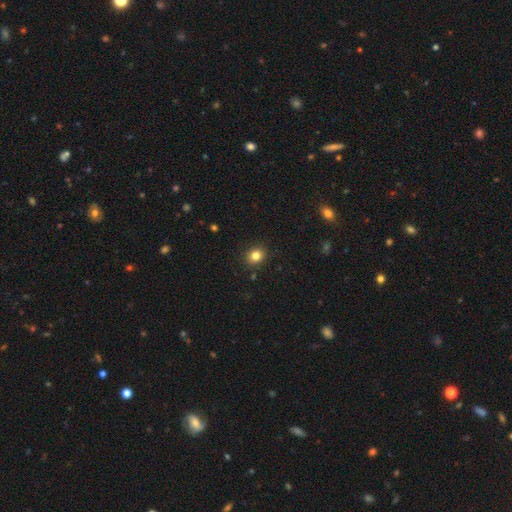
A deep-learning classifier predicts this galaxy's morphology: Overall: smooth (82%). How rounded: round (66%; in between 33%). Merging: none (89%).